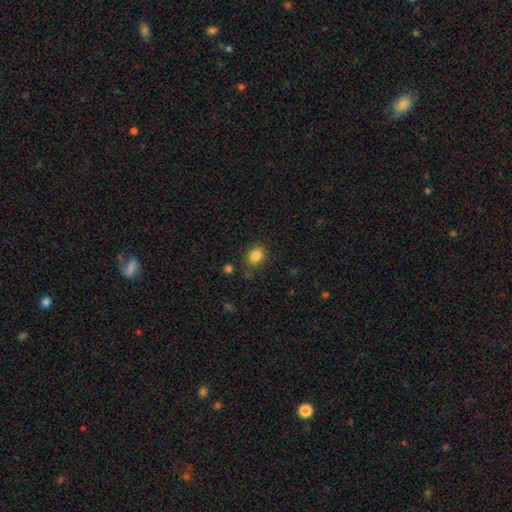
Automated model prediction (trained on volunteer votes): smooth-or-featured: smooth: 85% | star or artifact: 11% | featured or disk: 5%
  how-rounded: round: 69% | in between: 30% | cigar-shaped: 1%
  merging: none: 80% | minor disturbance: 13% | major disturbance: 4% | merger: 3%